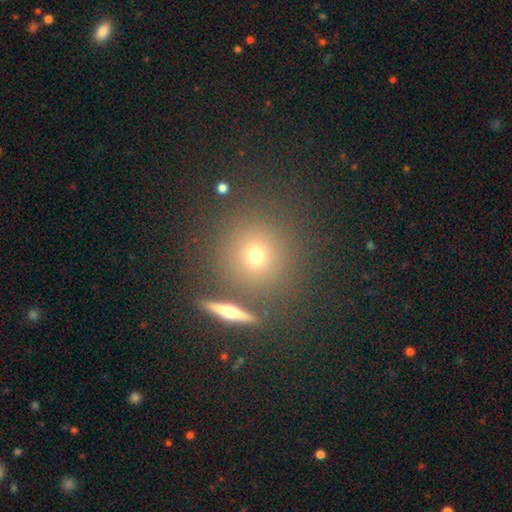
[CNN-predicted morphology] A smooth galaxy with no disk features (65%) that is round (93%).

Vote fractions:
- Smooth or featured? smooth: 65% / star or artifact: 19% / featured or disk: 16%
- How rounded? round: 93% / in between: 6% / cigar-shaped: 2%
- Merging? none: 82% / minor disturbance: 8% / merger: 7% / major disturbance: 3%